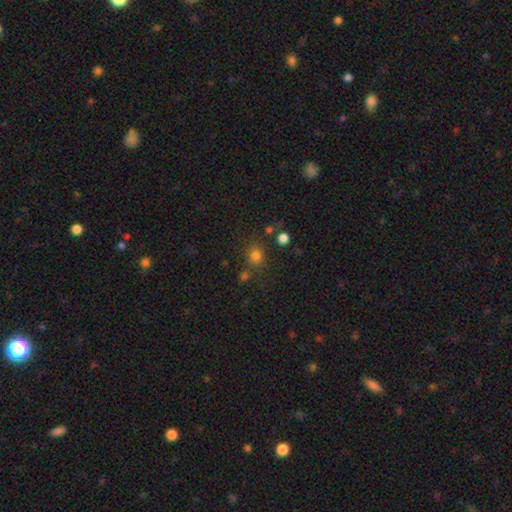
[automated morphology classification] This appears to be a smooth galaxy with no disk features (77%) that is round (81%). Merging: none (75%).